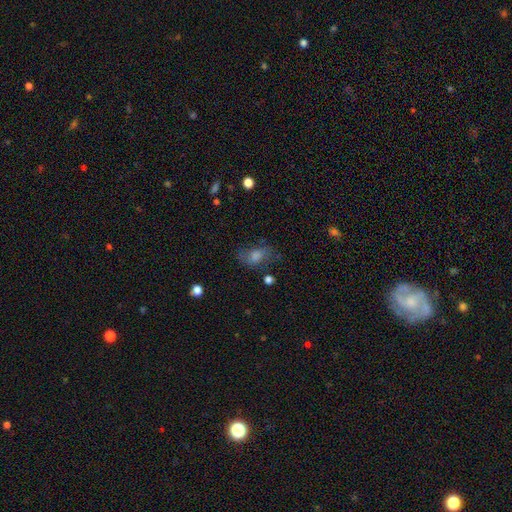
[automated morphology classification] smooth 51%, featured or disk 30%, star or artifact 19%. Down the decision tree: how rounded — in between (77%); merging — none (63%).